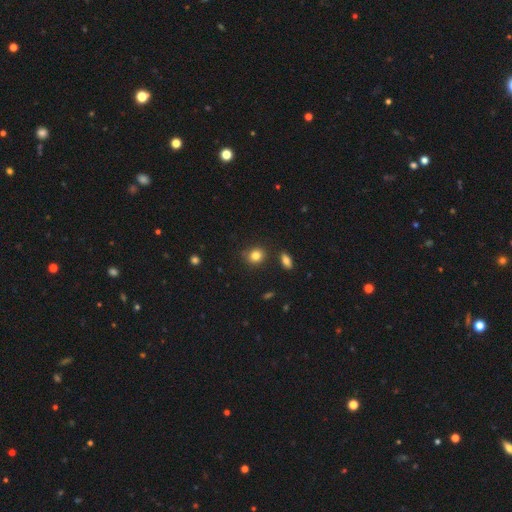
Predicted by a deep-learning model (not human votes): The model was most divided on "how rounded": round: 74%, in between: 25%, cigar-shaped: 1%. More confident: smooth or featured — smooth (83%); merging — none (81%).